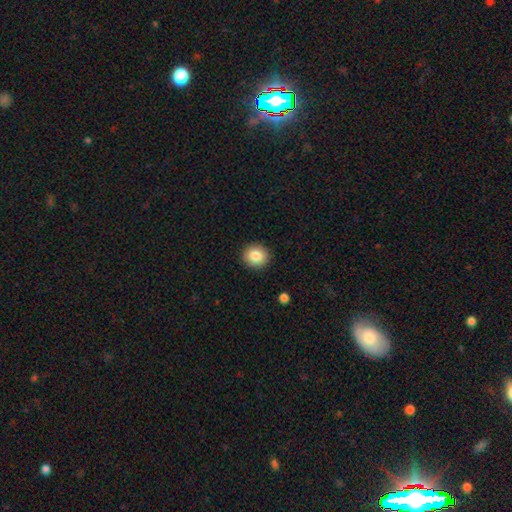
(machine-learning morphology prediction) smooth 85%, star or artifact 8%, featured or disk 7%. Down the decision tree: how rounded — round (85%); merging — none (91%).